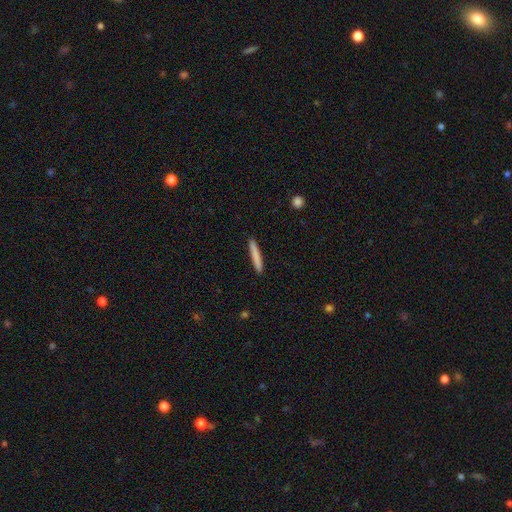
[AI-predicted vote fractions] Q: Smooth or featured?
A: smooth (81%); runner-up: featured or disk (13%)
Q: How rounded?
A: cigar-shaped (95%); runner-up: in between (4%)
Q: Merging?
A: none (92%); runner-up: minor disturbance (6%)